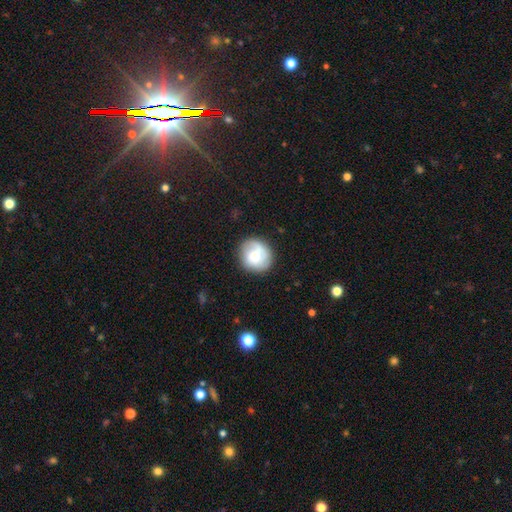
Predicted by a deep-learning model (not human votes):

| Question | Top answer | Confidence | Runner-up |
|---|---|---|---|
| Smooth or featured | smooth | 56% | featured or disk (37%) |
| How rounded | round | 87% | in between (12%) |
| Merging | none | 76% | minor disturbance (16%) |